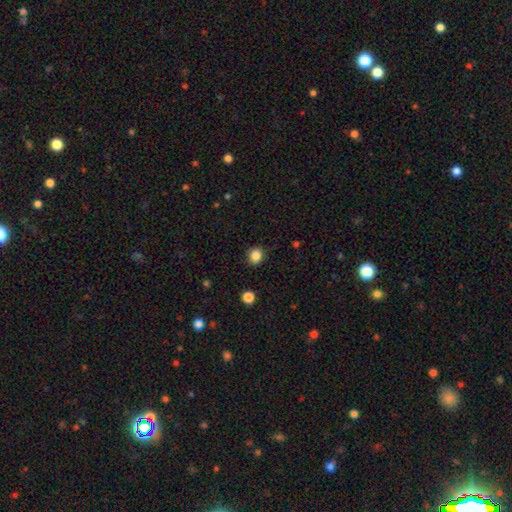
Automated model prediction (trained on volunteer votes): Smooth or featured: smooth — 86% (star or artifact — 11%)
How rounded: round — 74% (in between — 25%)
Merging: none — 85% (minor disturbance — 11%)